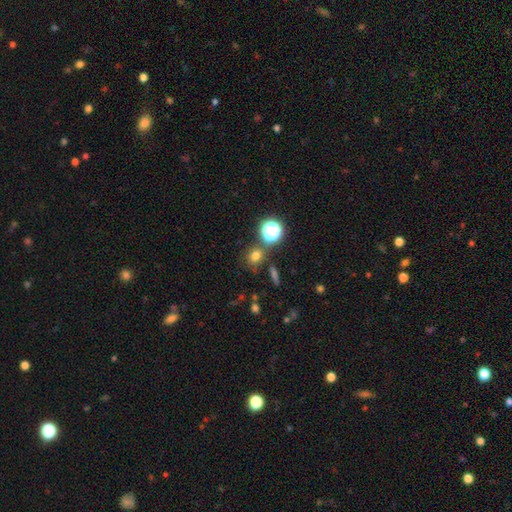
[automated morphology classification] A smooth galaxy with no disk features (71%) that is round (73%).

Vote fractions:
- Smooth or featured? smooth: 71% / star or artifact: 21% / featured or disk: 8%
- How rounded? round: 73% / in between: 25% / cigar-shaped: 2%
- Merging? none: 75% / merger: 11% / minor disturbance: 11% / major disturbance: 4%